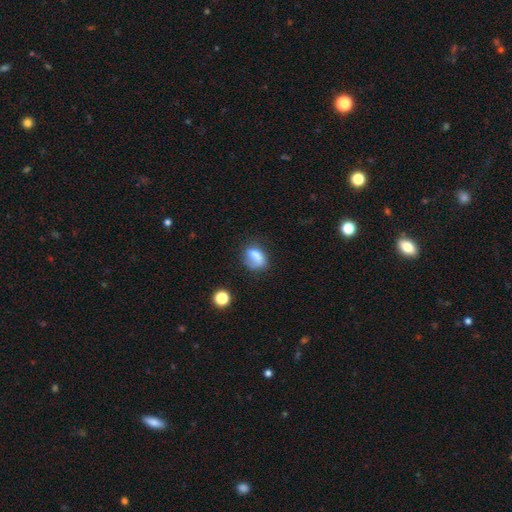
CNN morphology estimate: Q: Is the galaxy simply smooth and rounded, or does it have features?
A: smooth — 65%.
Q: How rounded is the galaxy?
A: in between — 65%.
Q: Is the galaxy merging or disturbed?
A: none — 48%.